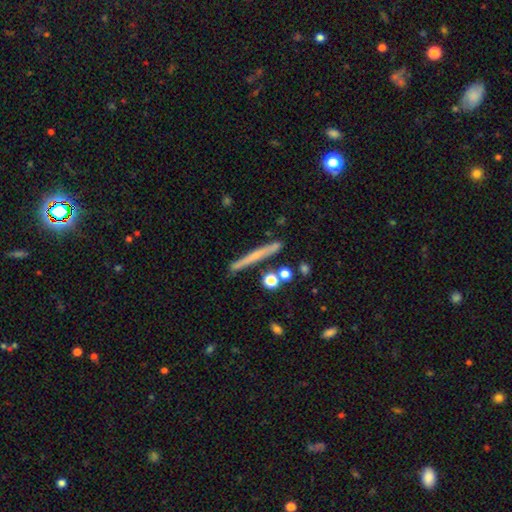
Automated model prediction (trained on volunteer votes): Overall: featured or disk (52%; smooth 39%). Edge-on disk: yes (96%). Edge-on bulge: none (63%; rounded 30%). Merging: none (85%).